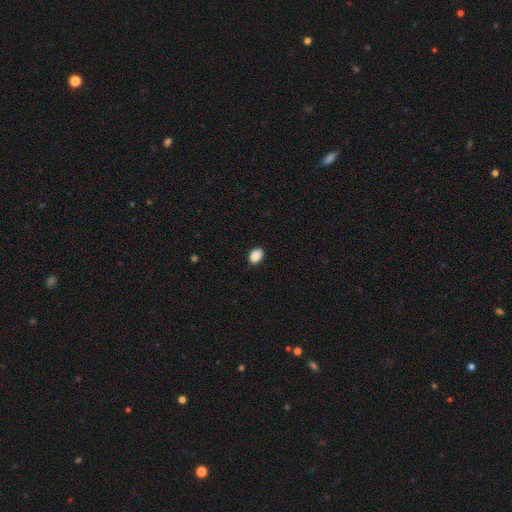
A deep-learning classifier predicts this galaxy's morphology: Overall: smooth (89%). How rounded: in between (76%). Merging: none (86%).